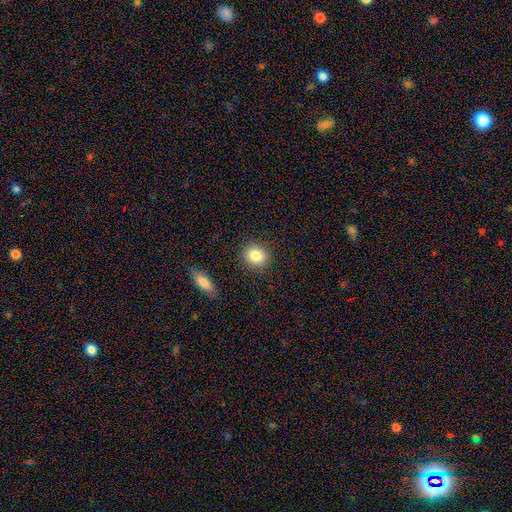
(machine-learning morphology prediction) Q: Smooth or featured?
A: smooth (84%); runner-up: star or artifact (9%)
Q: How rounded?
A: round (73%); runner-up: in between (25%)
Q: Merging?
A: none (88%); runner-up: minor disturbance (8%)